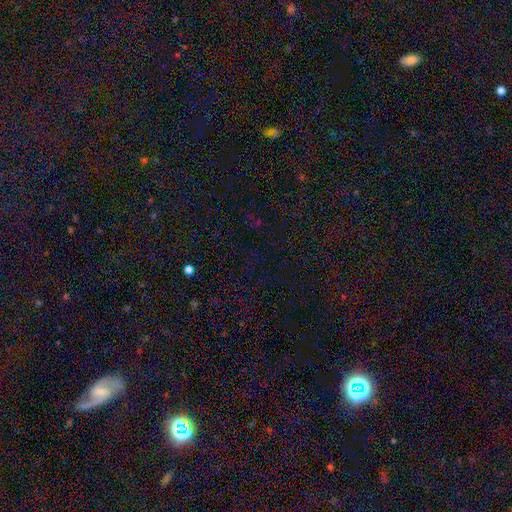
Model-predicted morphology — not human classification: Overall: star or artifact (75%).